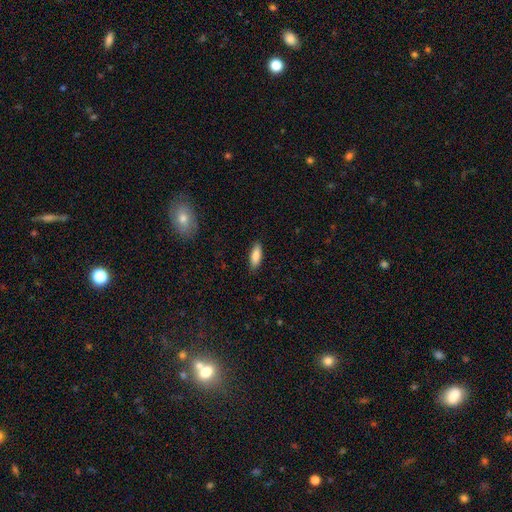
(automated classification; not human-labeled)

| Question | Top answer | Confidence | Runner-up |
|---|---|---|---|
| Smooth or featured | smooth | 87% | featured or disk (7%) |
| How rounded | in between | 66% | cigar-shaped (33%) |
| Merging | none | 86% | minor disturbance (11%) |